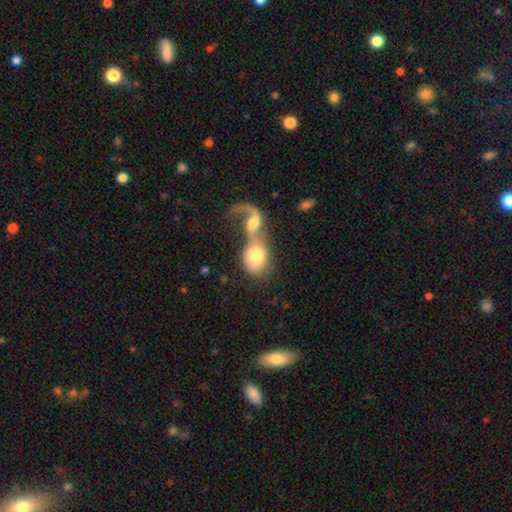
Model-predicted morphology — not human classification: Smooth or featured: smooth — 59% (featured or disk — 34%)
How rounded: in between — 56% (round — 41%)
Merging: merger — 81% (none — 8%)